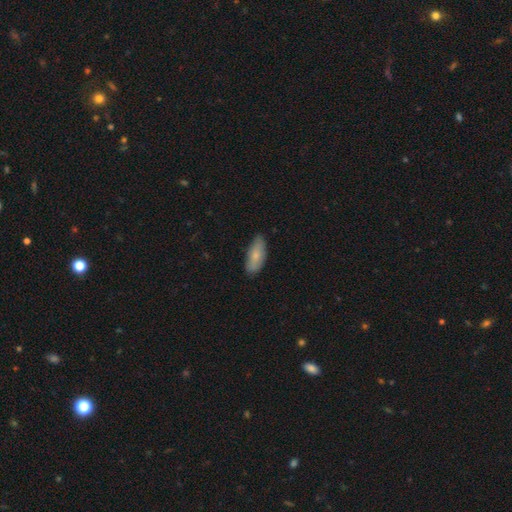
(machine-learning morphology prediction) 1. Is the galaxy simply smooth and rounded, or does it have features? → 78% smooth, 16% featured or disk, 6% star or artifact.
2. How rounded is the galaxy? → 82% in between, 16% cigar-shaped, 2% round.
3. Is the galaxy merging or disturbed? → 80% none, 17% minor disturbance, 2% major disturbance, 1% merger.